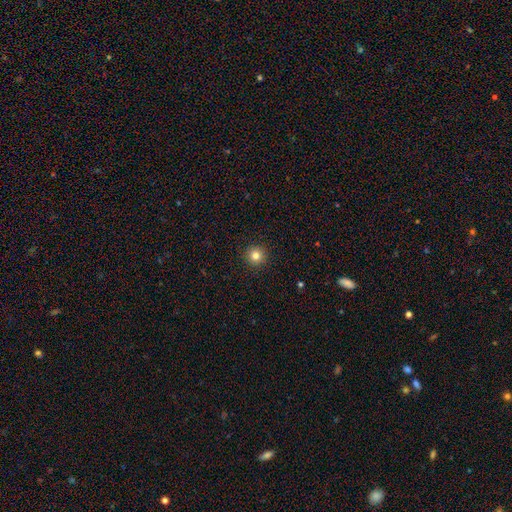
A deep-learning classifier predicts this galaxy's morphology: smooth_or_featured: smooth (p=0.81) [alt: star or artifact p=0.13]
how_rounded: round (p=0.96) [alt: in between p=0.03]
merging: none (p=0.93) [alt: minor disturbance p=0.04]